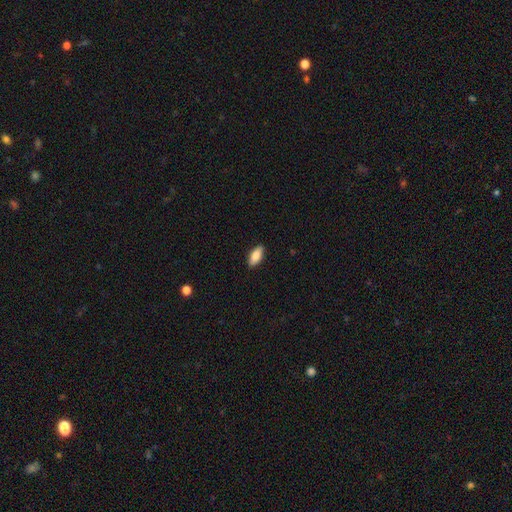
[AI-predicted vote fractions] smooth_or_featured: smooth (p=0.86) [alt: featured or disk p=0.08]
how_rounded: in between (p=0.84) [alt: cigar-shaped p=0.14]
merging: none (p=0.89) [alt: minor disturbance p=0.09]